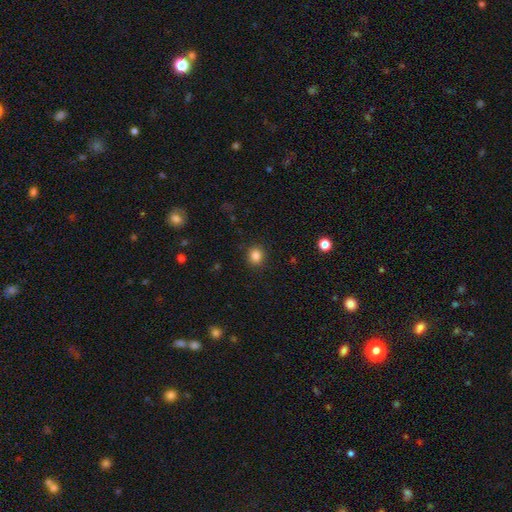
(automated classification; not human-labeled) smooth-or-featured: smooth: 85% | star or artifact: 11% | featured or disk: 4%
  how-rounded: round: 83% | in between: 16% | cigar-shaped: 1%
  merging: none: 89% | minor disturbance: 7% | major disturbance: 2% | merger: 1%